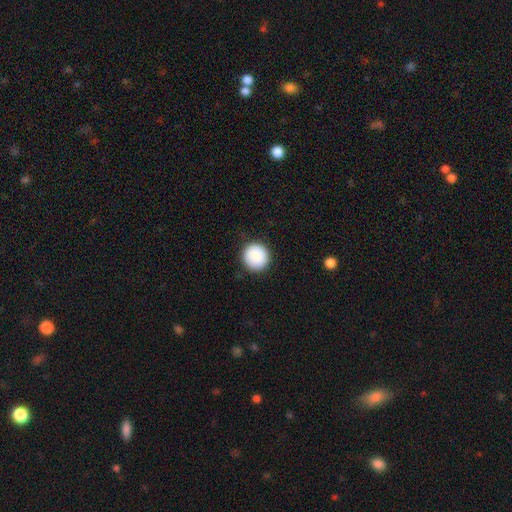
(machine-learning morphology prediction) Smooth or featured?
  - smooth: 88% *
  - star or artifact: 7%
  - featured or disk: 5%
How rounded?
  - round: 95% *
  - in between: 4%
  - cigar-shaped: 1%
Merging?
  - none: 90% *
  - minor disturbance: 7%
  - major disturbance: 2%
  - merger: 1%